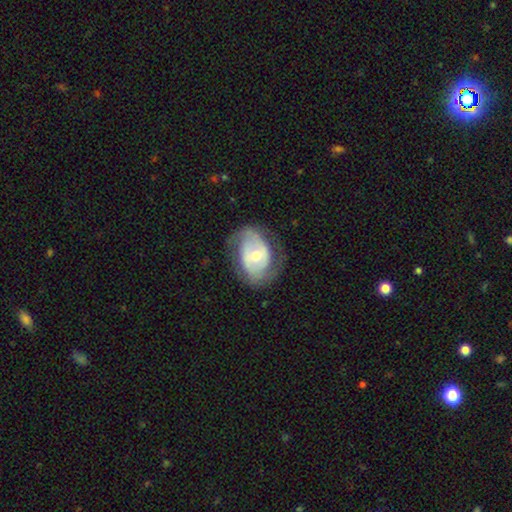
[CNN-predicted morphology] Smooth or featured? featured or disk (70%)
Edge-on disk? no (96%)
Bar? no (51%)
Spiral arms? yes (78%)
Spiral winding? tight (43%)
Spiral arm count? 2 (63%)
Bulge size? moderate (65%)
Merging? none (62%)